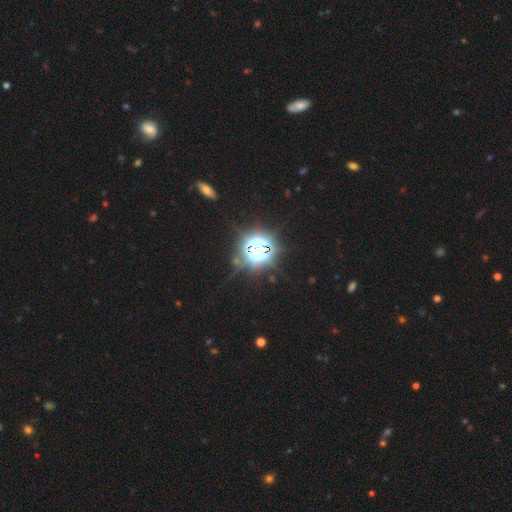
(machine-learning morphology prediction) Overall: star or artifact (75%).